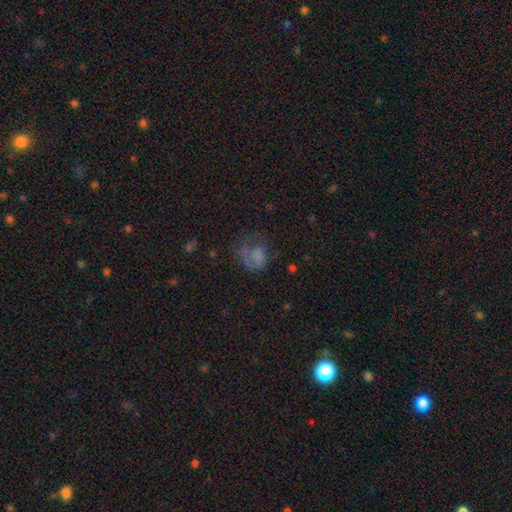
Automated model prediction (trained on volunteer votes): Smooth or featured? Predicted: smooth (p=0.59). How rounded? Predicted: in between (p=0.56). Merging? Predicted: major disturbance (p=0.43).